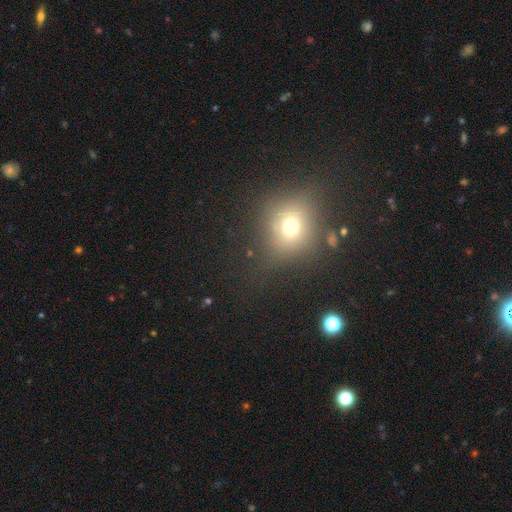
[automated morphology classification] Smooth or featured? Predicted: smooth (p=0.52). How rounded? Predicted: round (p=0.70). Merging? Predicted: none (p=0.83).